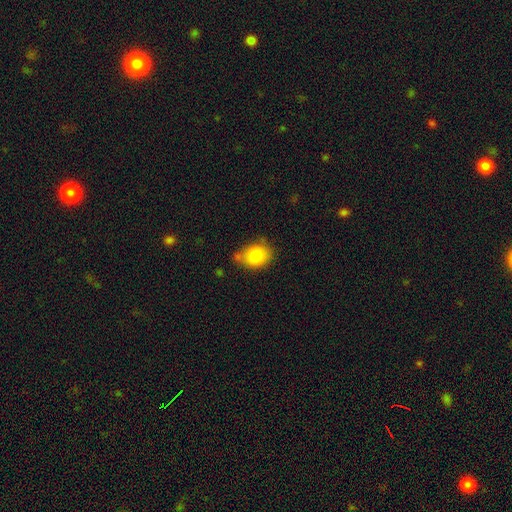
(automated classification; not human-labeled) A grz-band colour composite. It shows a smooth galaxy with no disk features (83%) that is in between round and cigar-shaped (55%). Merging: none (62%).